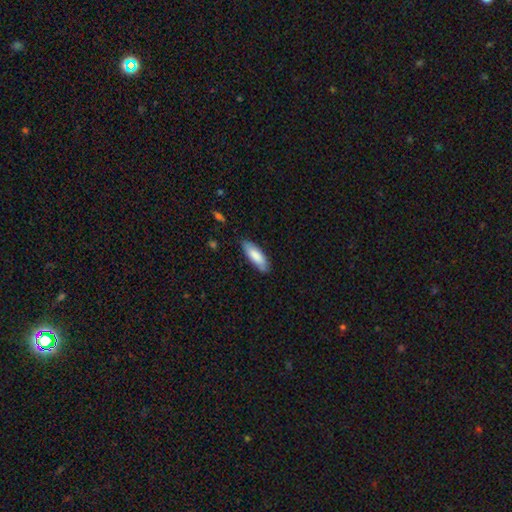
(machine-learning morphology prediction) Overall: smooth (83%). How rounded: in between (60%; cigar-shaped 39%). Merging: none (82%).